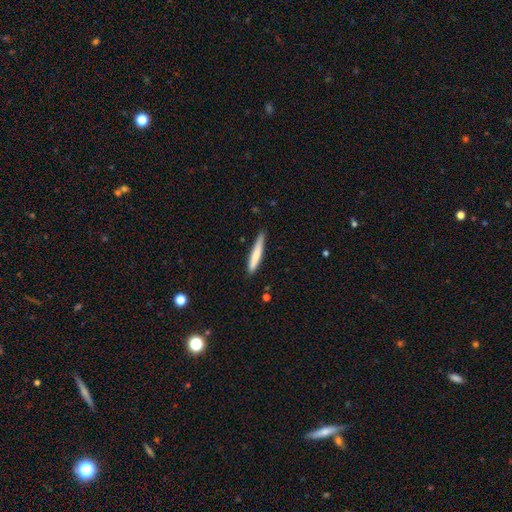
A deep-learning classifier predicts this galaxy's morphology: Smooth or featured: smooth — 74% (featured or disk — 21%)
How rounded: cigar-shaped — 93% (in between — 6%)
Merging: none — 81% (minor disturbance — 15%)